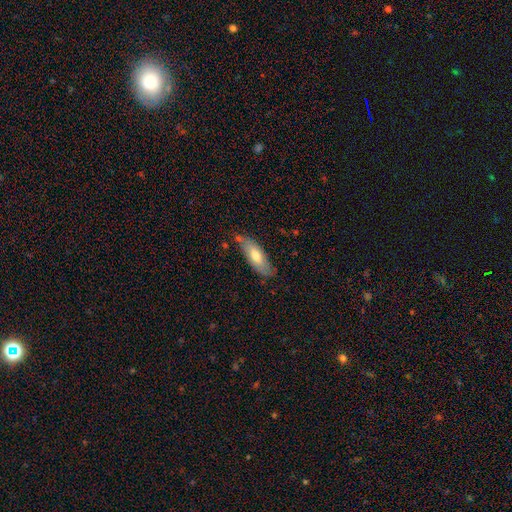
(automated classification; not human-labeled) Overall: smooth (61%; featured or disk 33%). How rounded: in between (65%; cigar-shaped 33%). Merging: none (70%).